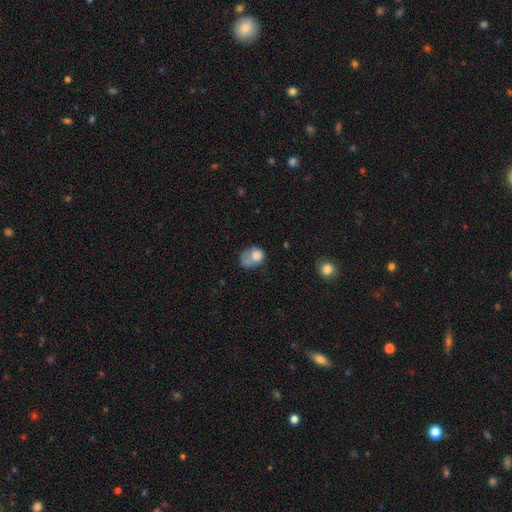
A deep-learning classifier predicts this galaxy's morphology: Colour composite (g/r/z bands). It shows a smooth galaxy with no disk features (69%) that is in between round and cigar-shaped (57%). Merging: major disturbance (35%).